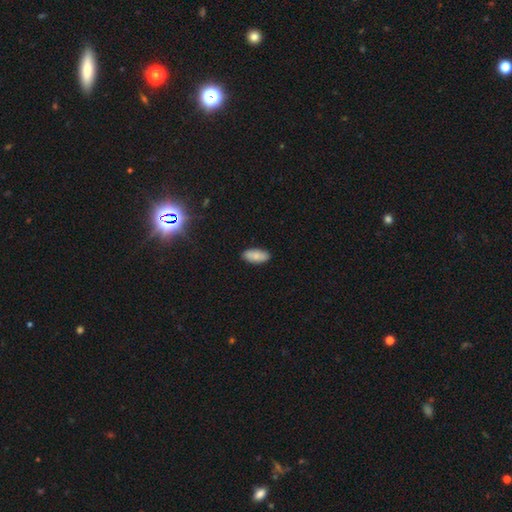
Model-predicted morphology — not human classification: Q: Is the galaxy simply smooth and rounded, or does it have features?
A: smooth — 82%.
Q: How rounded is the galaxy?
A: in between — 92%.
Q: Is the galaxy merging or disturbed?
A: none — 88%.